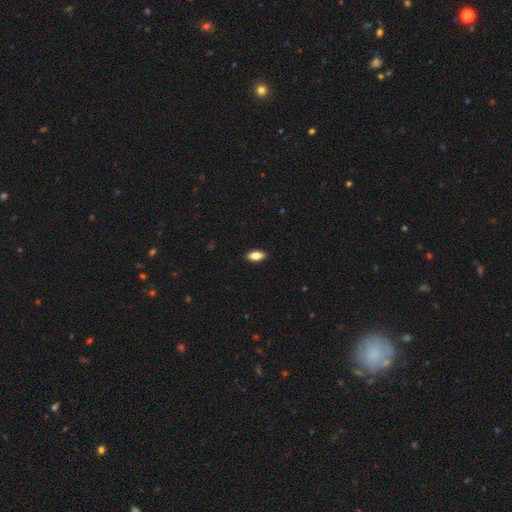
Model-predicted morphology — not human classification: smooth_or_featured: smooth (p=0.81) [alt: featured or disk p=0.12]
how_rounded: in between (p=0.90) [alt: cigar-shaped p=0.06]
merging: none (p=0.90) [alt: minor disturbance p=0.07]